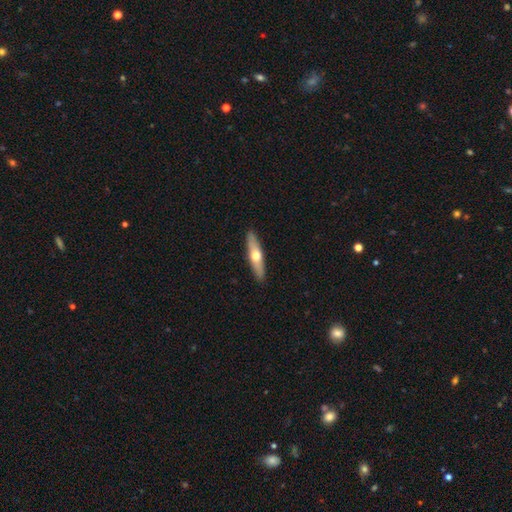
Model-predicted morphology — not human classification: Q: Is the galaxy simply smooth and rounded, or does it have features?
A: smooth — 48%.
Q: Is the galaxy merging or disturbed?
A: none — 91%.